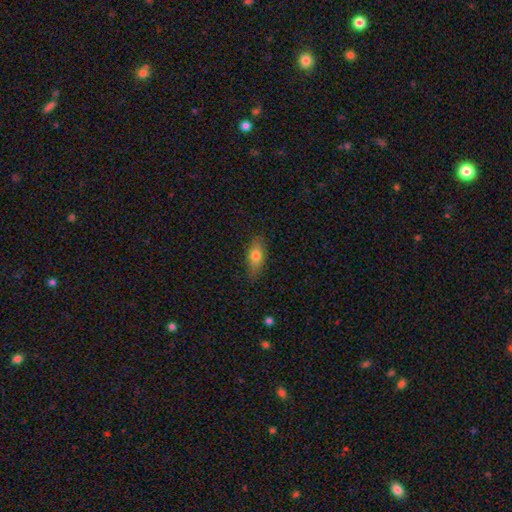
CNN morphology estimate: Smooth or featured: smooth — 72% (featured or disk — 20%)
How rounded: in between — 77% (cigar-shaped — 18%)
Merging: none — 80% (minor disturbance — 16%)